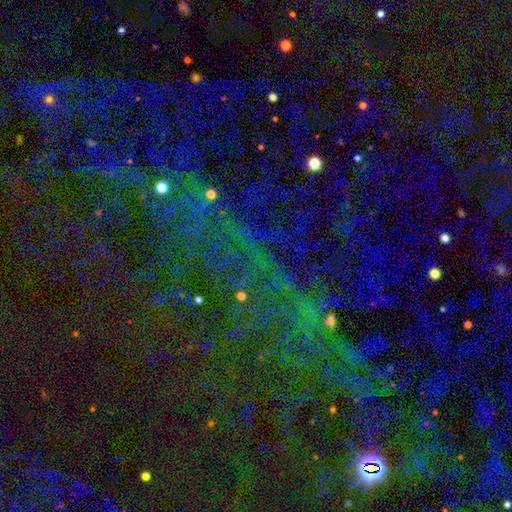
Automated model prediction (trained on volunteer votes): This is likely a star or artifact rather than a galaxy (80%).